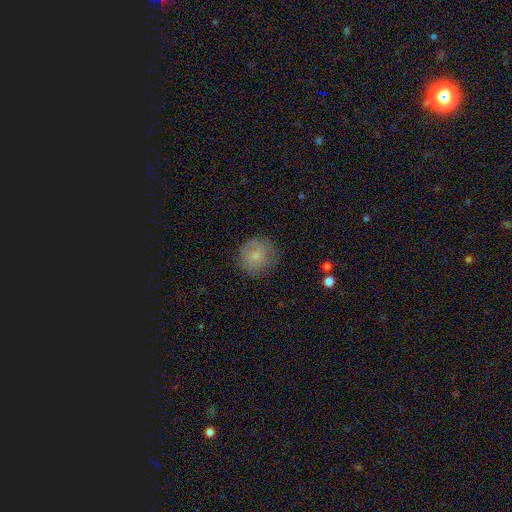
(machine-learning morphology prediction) smooth 67%, featured or disk 25%, star or artifact 9%. Down the decision tree: how rounded — round (89%); merging — none (77%).